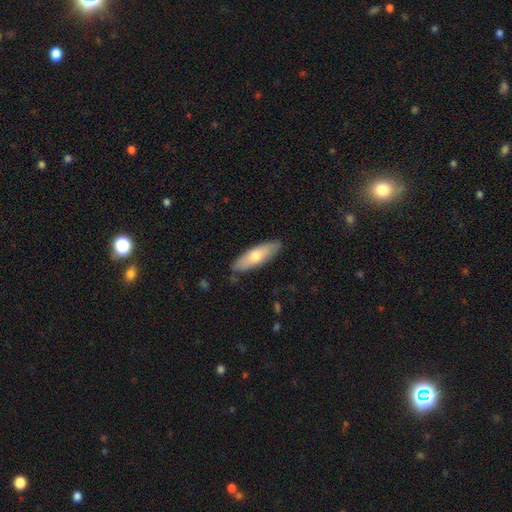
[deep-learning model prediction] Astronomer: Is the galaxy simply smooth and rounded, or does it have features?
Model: smooth — 65%.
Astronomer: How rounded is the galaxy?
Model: in between — 52% (runner-up: cigar-shaped, 46%).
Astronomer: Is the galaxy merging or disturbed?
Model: none — 85%.